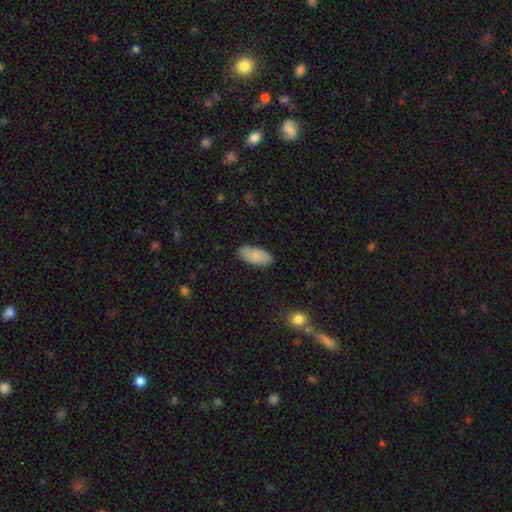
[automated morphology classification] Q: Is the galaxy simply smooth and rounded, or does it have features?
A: smooth — 86%.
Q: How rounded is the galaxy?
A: in between — 91%.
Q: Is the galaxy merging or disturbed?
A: none — 82%.